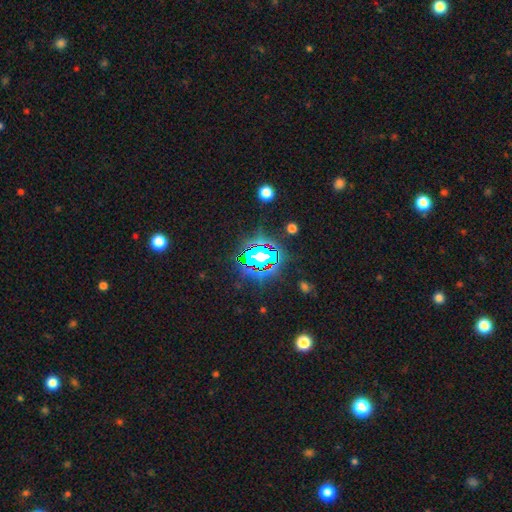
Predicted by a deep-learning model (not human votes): Q: Smooth or featured?
A: star or artifact (79%); runner-up: smooth (13%)